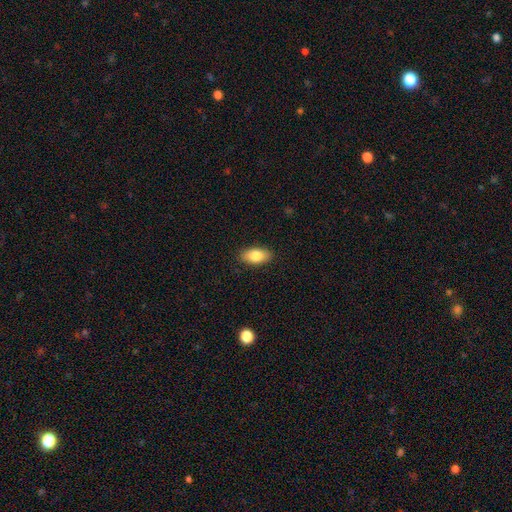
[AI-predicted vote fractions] smooth_or_featured: smooth (p=0.84) [alt: featured or disk p=0.10]
how_rounded: in between (p=0.92) [alt: round p=0.04]
merging: none (p=0.88) [alt: minor disturbance p=0.09]